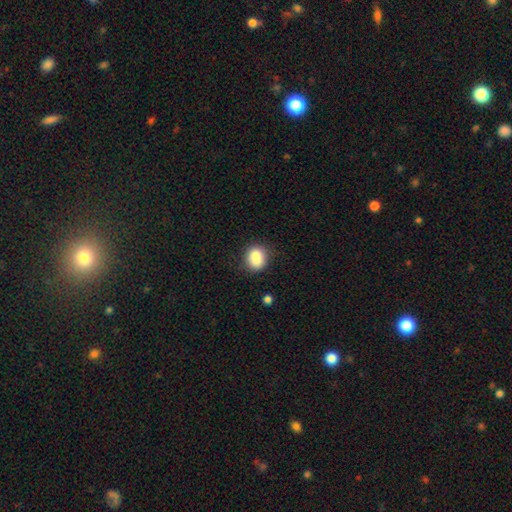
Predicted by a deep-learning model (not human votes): Q: Smooth or featured?
A: smooth (81%); runner-up: featured or disk (10%)
Q: How rounded?
A: round (64%); runner-up: in between (35%)
Q: Merging?
A: none (62%); runner-up: minor disturbance (17%)